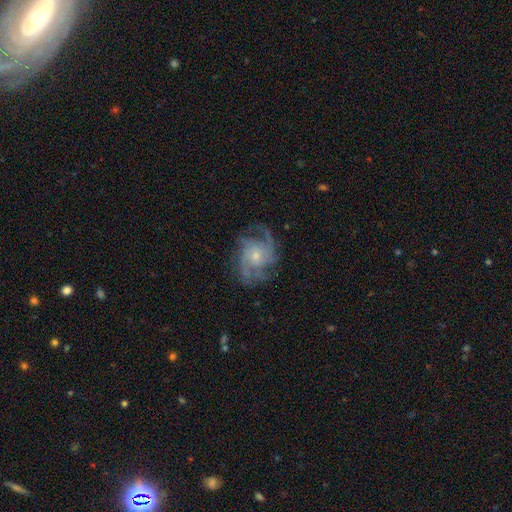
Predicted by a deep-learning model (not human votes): Smooth or featured? featured or disk (84%)
Edge-on disk? no (98%)
Bar? no (73%)
Spiral arms? yes (95%)
Spiral winding? medium (49%)
Spiral arm count? 3 (32%)
Bulge size? small (60%)
Merging? none (68%)